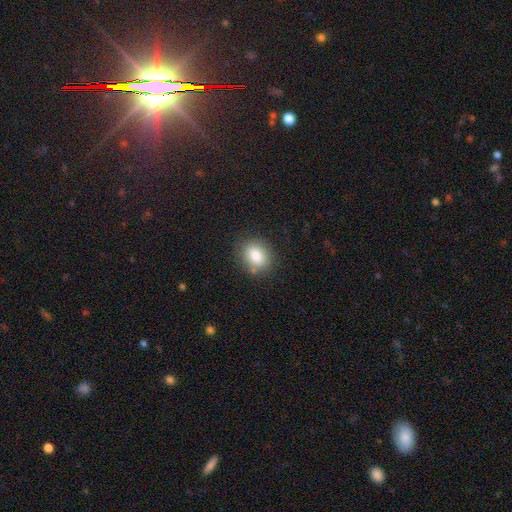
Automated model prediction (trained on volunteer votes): Morphology: type=smooth (83%); roundness=round (51%); merging=none (81%).